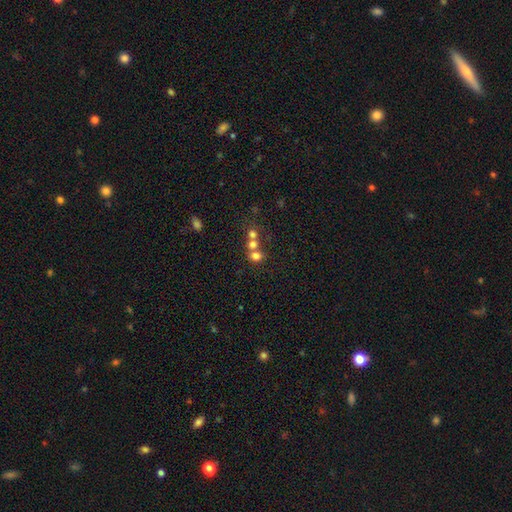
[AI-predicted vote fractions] smooth 71%, star or artifact 16%, featured or disk 13%. Down the decision tree: how rounded — round (63%); merging — merger (50%).